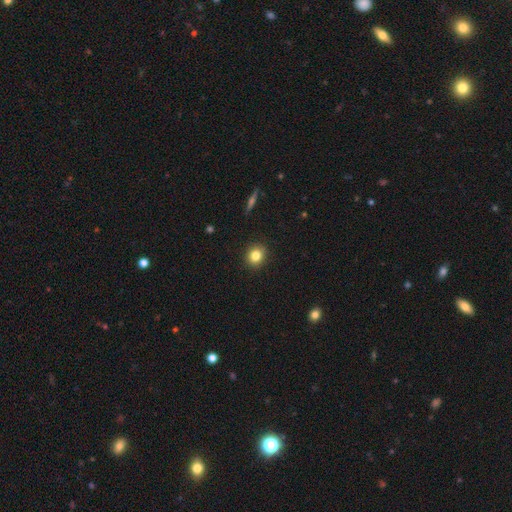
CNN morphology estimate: This appears to be a smooth galaxy with no disk features (82%) that is round (84%). Merging: none (91%).